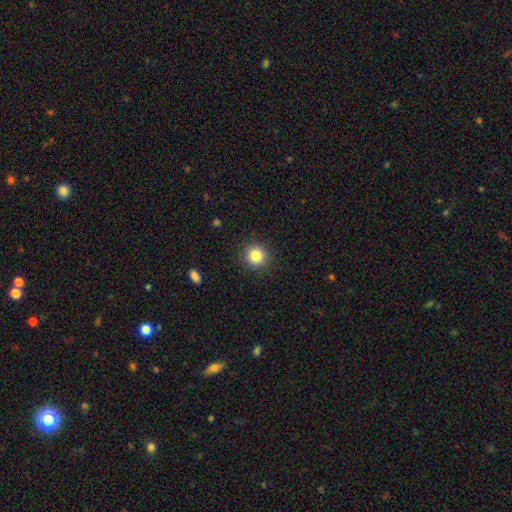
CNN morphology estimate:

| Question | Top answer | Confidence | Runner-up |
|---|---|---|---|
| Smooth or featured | smooth | 84% | star or artifact (11%) |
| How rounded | round | 93% | in between (6%) |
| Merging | none | 91% | minor disturbance (6%) |